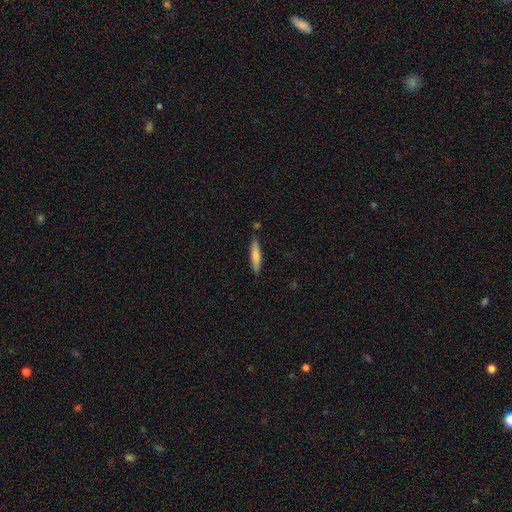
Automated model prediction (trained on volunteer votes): Smooth or featured? smooth (76%)
How rounded? cigar-shaped (86%)
Merging? none (84%)